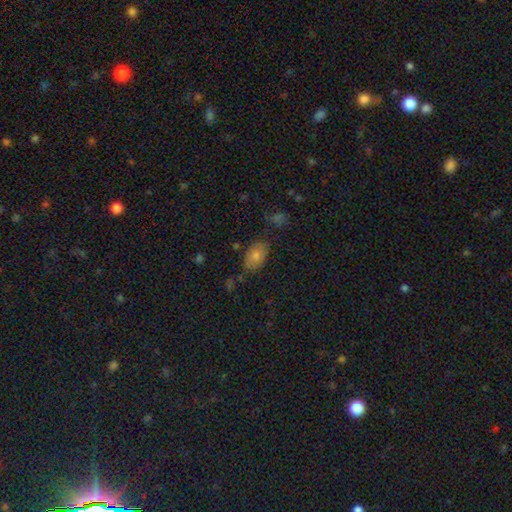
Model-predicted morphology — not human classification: smooth 75%, star or artifact 12%, featured or disk 12%. Down the decision tree: how rounded — in between (89%); merging — none (74%).